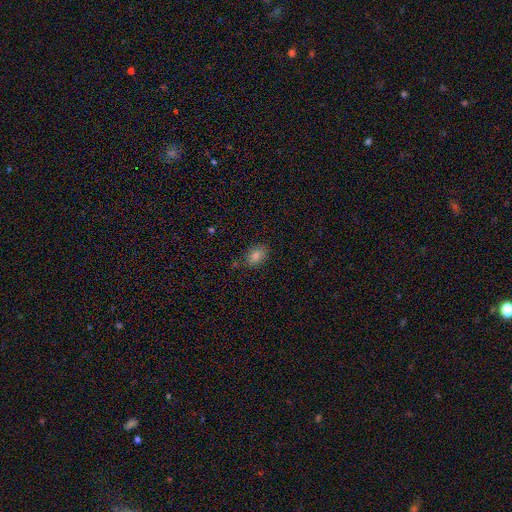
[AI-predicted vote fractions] smooth 77%, star or artifact 14%, featured or disk 9%. Down the decision tree: how rounded — in between (71%); merging — none (82%).